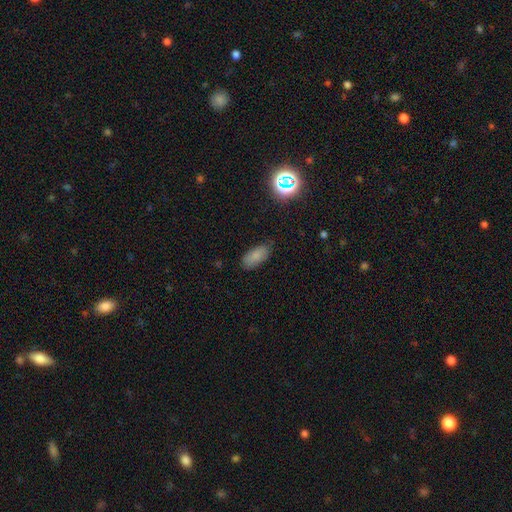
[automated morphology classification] Q: Smooth or featured?
A: smooth (81%); runner-up: star or artifact (11%)
Q: How rounded?
A: in between (91%); runner-up: cigar-shaped (6%)
Q: Merging?
A: none (78%); runner-up: minor disturbance (17%)